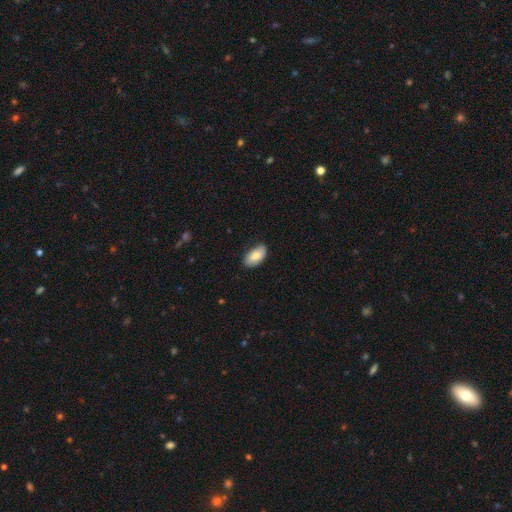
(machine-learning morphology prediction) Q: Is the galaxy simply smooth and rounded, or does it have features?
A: smooth — 82%.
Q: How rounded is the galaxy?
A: in between — 95%.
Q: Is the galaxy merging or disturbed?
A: none — 81%.